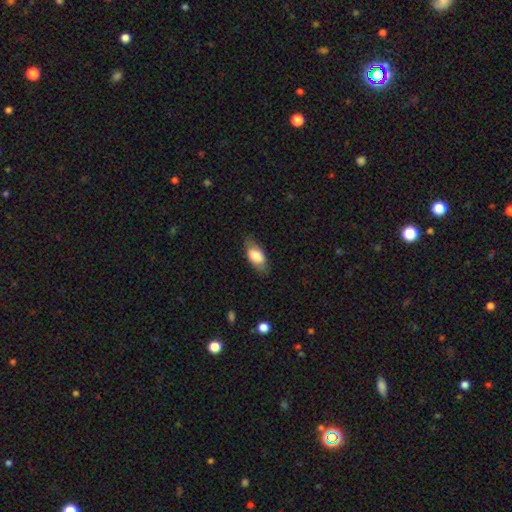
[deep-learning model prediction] Overall: smooth (77%). How rounded: in between (88%). Merging: none (77%).